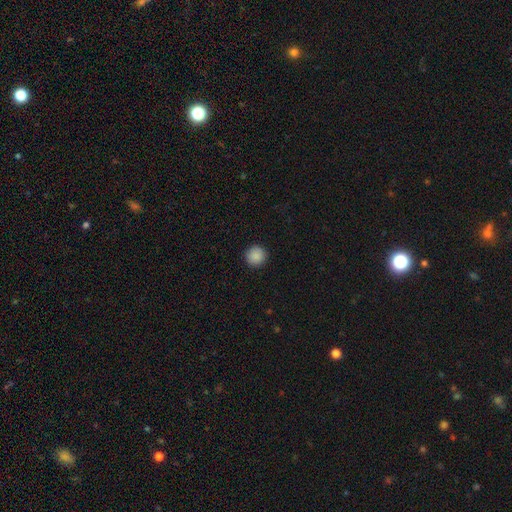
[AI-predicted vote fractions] Smooth or featured? Predicted: smooth (p=0.89). How rounded? Predicted: round (p=0.95). Merging? Predicted: none (p=0.93).